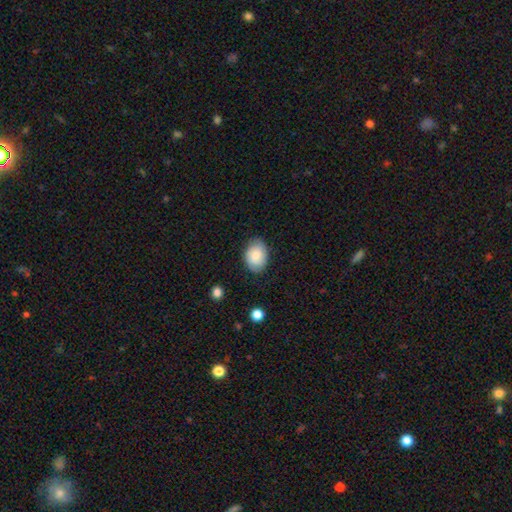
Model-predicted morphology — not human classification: Q: Smooth or featured?
A: smooth (83%); runner-up: featured or disk (10%)
Q: How rounded?
A: in between (76%); runner-up: round (23%)
Q: Merging?
A: none (79%); runner-up: minor disturbance (16%)